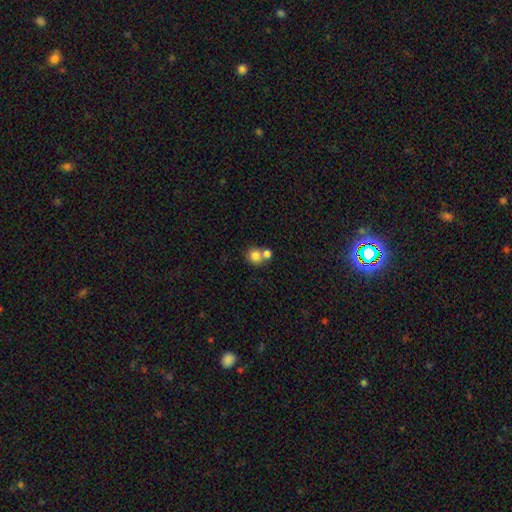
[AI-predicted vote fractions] Overall: smooth (80%). How rounded: round (82%). Merging: merger (49%; none 41%).